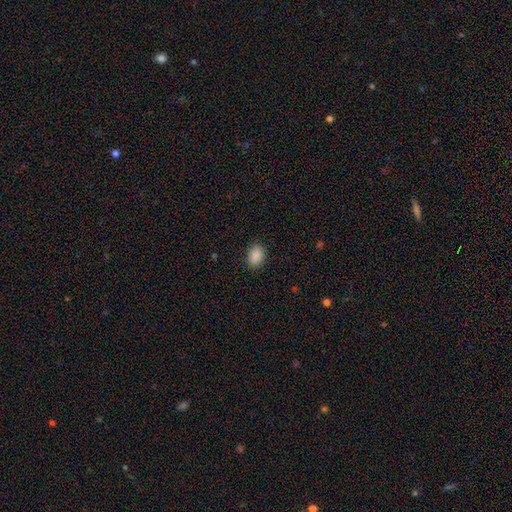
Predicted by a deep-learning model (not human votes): A smooth galaxy with no disk features (90%) that is in between round and cigar-shaped (81%). Merging: none (88%).